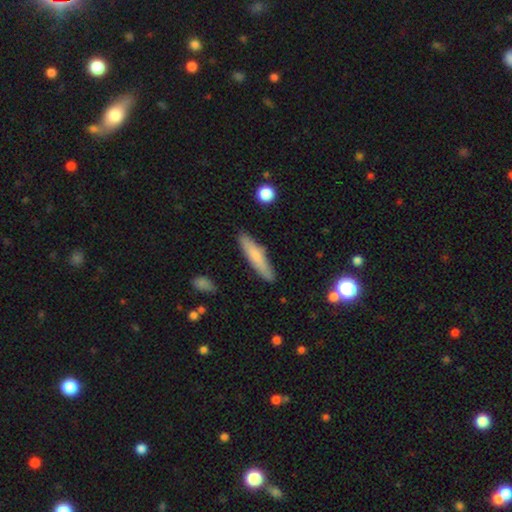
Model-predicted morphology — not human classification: Smooth or featured? Predicted: smooth (p=0.72). How rounded? Predicted: cigar-shaped (p=0.86). Merging? Predicted: none (p=0.87).